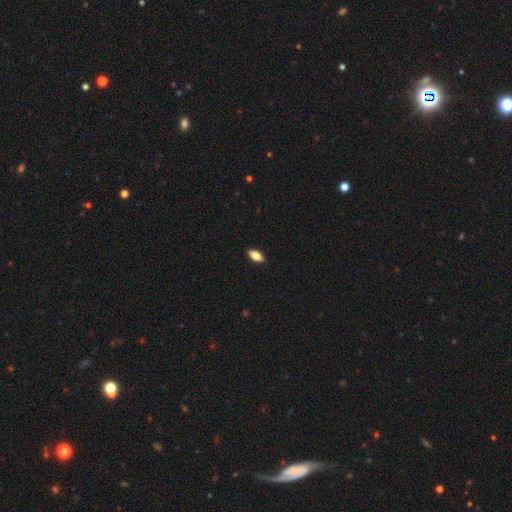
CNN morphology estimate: A smooth galaxy with no disk features (83%) that is in between round and cigar-shaped (89%). Merging: none (90%).